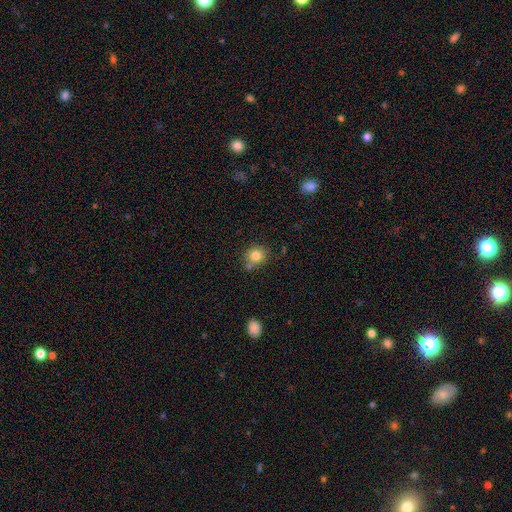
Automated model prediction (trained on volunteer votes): smooth_or_featured: smooth (p=0.80) [alt: star or artifact p=0.11]
how_rounded: round (p=0.84) [alt: in between p=0.15]
merging: none (p=0.67) [alt: merger p=0.15]